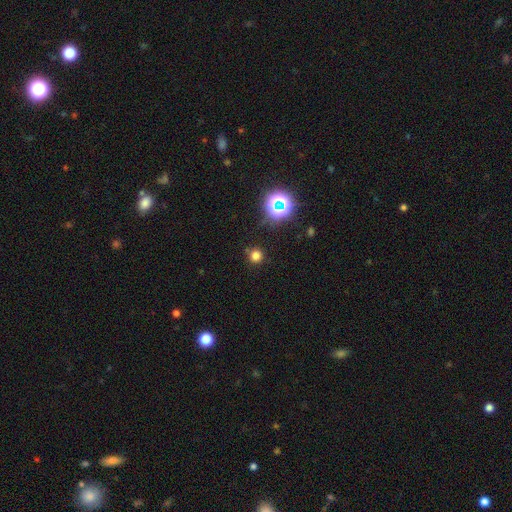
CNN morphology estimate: smooth_or_featured: smooth (p=0.72) [alt: star or artifact p=0.23]
how_rounded: round (p=0.94) [alt: in between p=0.05]
merging: none (p=0.85) [alt: minor disturbance p=0.08]